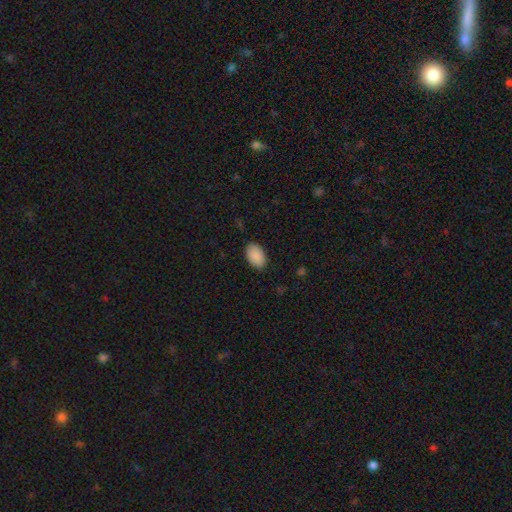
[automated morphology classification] smooth-or-featured: smooth: 90% | star or artifact: 7% | featured or disk: 3%
  how-rounded: in between: 92% | round: 7% | cigar-shaped: 1%
  merging: none: 86% | minor disturbance: 11% | major disturbance: 2% | merger: 1%